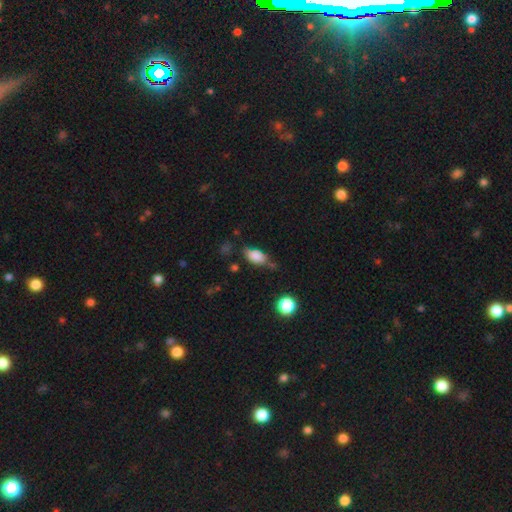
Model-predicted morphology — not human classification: This is likely a smooth galaxy (79%). How rounded: clearly in between (88%). Merging: possibly none (52%).